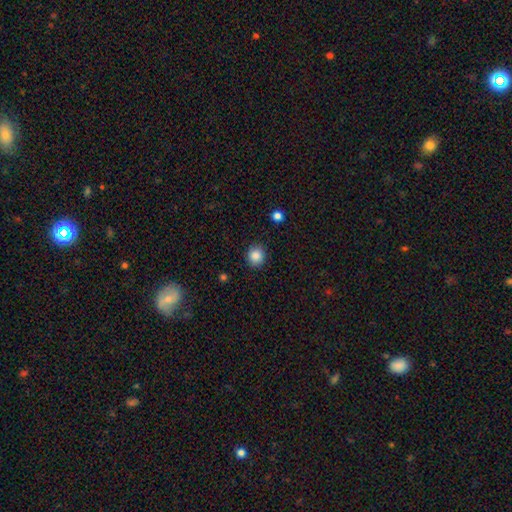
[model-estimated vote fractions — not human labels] Smooth or featured? smooth (86%)
How rounded? round (84%)
Merging? none (90%)